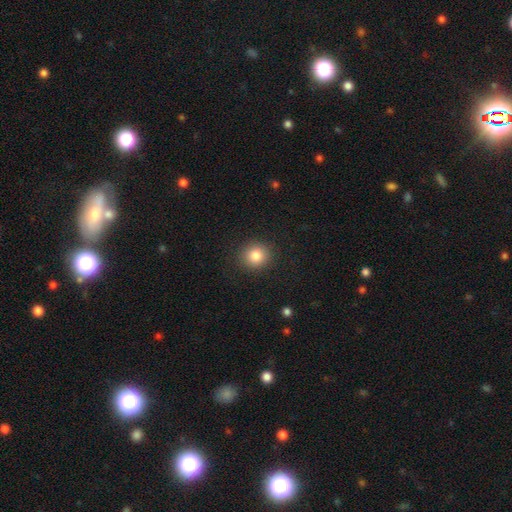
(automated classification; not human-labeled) Overall: smooth (83%). How rounded: round (87%). Merging: none (90%).